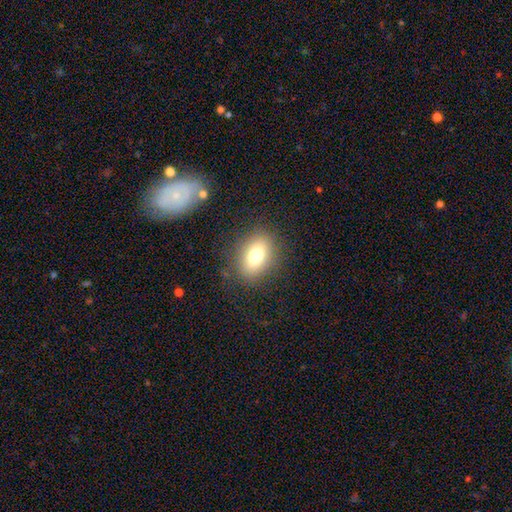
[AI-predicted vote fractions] Smooth or featured?
  - smooth: 75% *
  - featured or disk: 13%
  - star or artifact: 11%
How rounded?
  - in between: 71% *
  - round: 27%
  - cigar-shaped: 2%
Merging?
  - none: 84% *
  - minor disturbance: 10%
  - major disturbance: 4%
  - merger: 1%